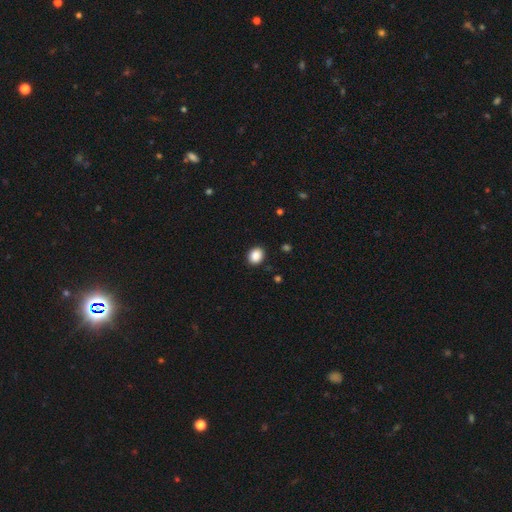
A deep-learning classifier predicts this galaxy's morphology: Overall: smooth (88%). How rounded: round (55%; in between 44%). Merging: none (90%).